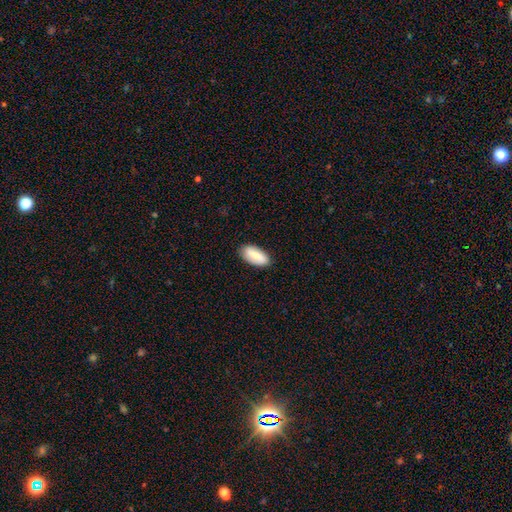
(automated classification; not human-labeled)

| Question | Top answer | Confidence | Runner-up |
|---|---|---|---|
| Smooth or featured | smooth | 65% | featured or disk (29%) |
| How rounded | in between | 91% | cigar-shaped (6%) |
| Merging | none | 87% | minor disturbance (10%) |